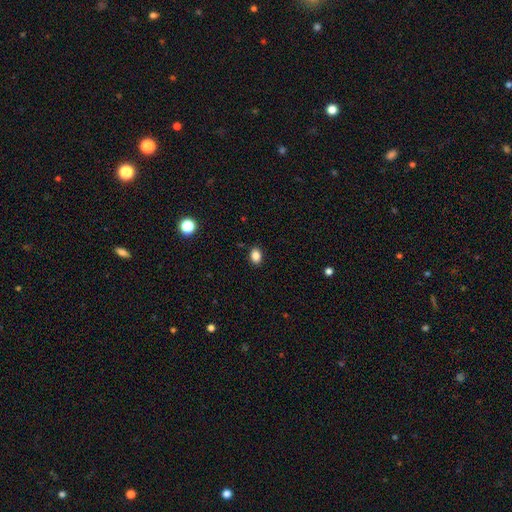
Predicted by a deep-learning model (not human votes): Q: Smooth or featured?
A: smooth (86%); runner-up: star or artifact (10%)
Q: How rounded?
A: in between (70%); runner-up: round (29%)
Q: Merging?
A: none (88%); runner-up: minor disturbance (8%)